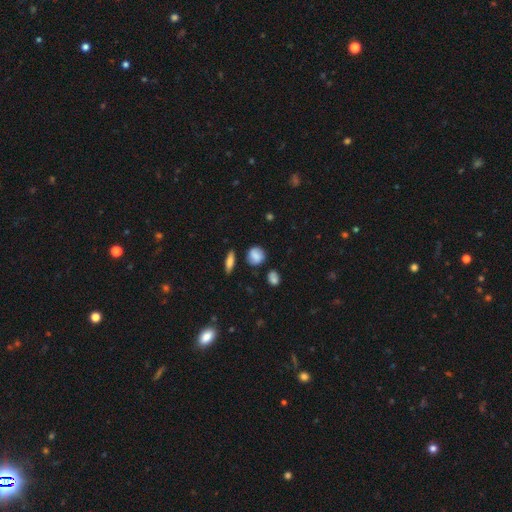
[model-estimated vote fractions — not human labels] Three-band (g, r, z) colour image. It shows a smooth galaxy with no disk features (79%) that is round (68%). Merging: none (74%).